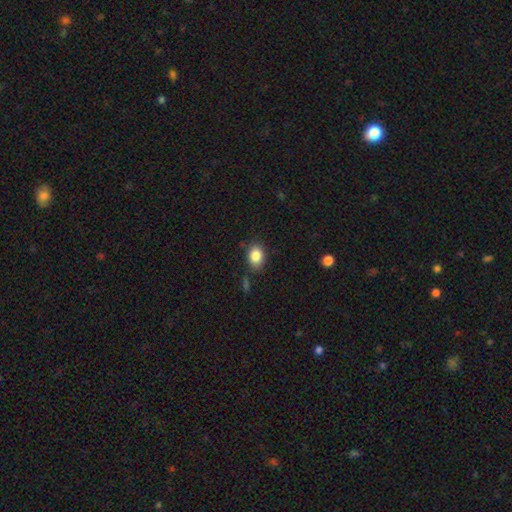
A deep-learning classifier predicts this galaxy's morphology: Smooth or featured: smooth — 85% (star or artifact — 9%)
How rounded: in between — 66% (round — 33%)
Merging: none — 79% (minor disturbance — 14%)